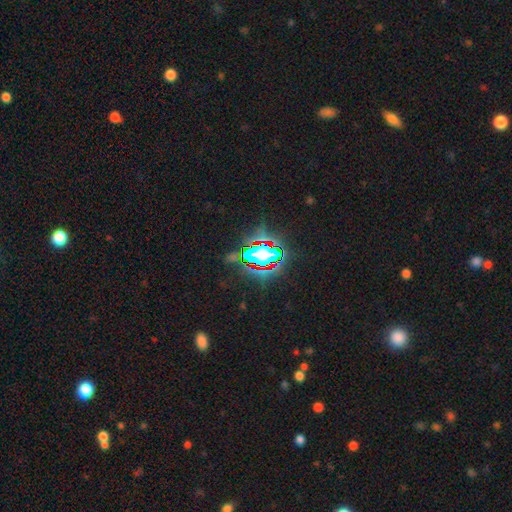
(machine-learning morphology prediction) smooth-or-featured: star or artifact: 80% | smooth: 12% | featured or disk: 8%